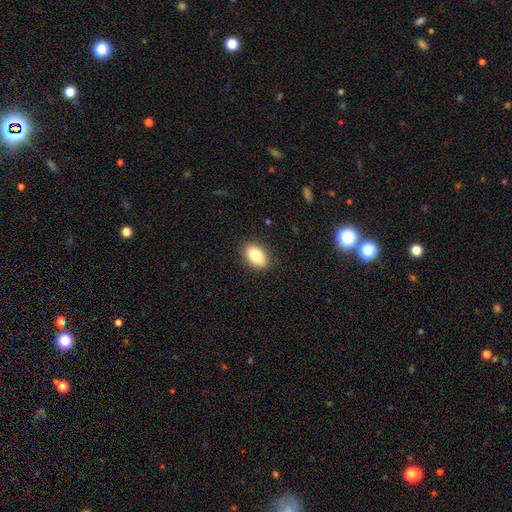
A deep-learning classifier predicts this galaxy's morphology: A smooth galaxy with no disk features (83%) that is in between round and cigar-shaped (88%).

Vote fractions:
- Smooth or featured? smooth: 83% / featured or disk: 9% / star or artifact: 8%
- How rounded? in between: 88% / round: 10% / cigar-shaped: 1%
- Merging? none: 89% / minor disturbance: 8% / major disturbance: 2% / merger: 1%